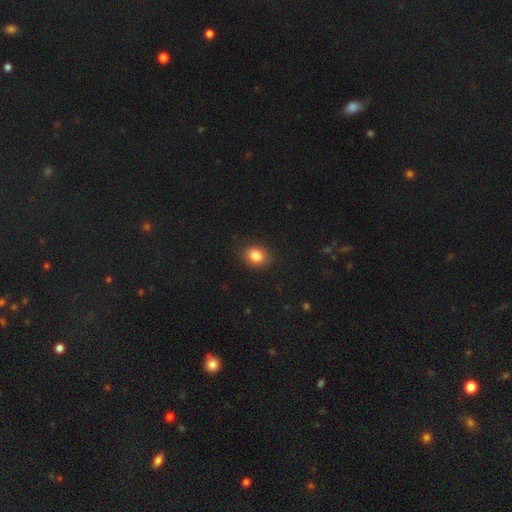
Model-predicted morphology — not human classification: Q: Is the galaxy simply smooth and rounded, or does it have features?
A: smooth — 85%.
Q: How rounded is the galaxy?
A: in between — 51%.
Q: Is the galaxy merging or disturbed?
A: none — 87%.